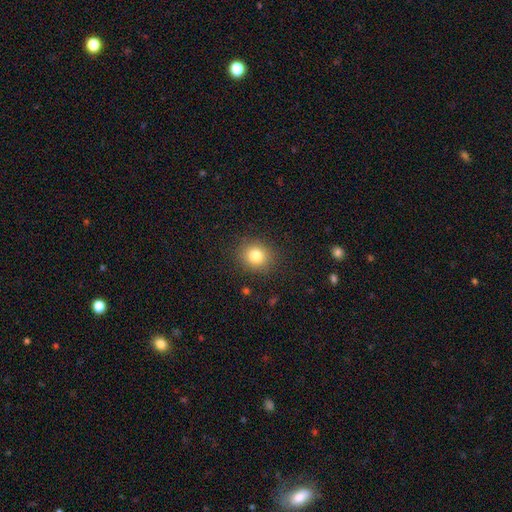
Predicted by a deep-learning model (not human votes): smooth-or-featured: smooth: 80% | star or artifact: 12% | featured or disk: 8%
  how-rounded: round: 78% | in between: 21% | cigar-shaped: 1%
  merging: none: 88% | minor disturbance: 8% | major disturbance: 3% | merger: 1%